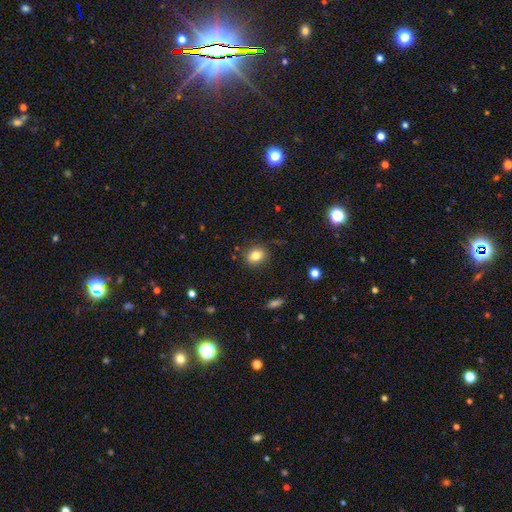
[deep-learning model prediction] smooth 81%, star or artifact 11%, featured or disk 8%. Down the decision tree: how rounded — round (57%); merging — none (84%).